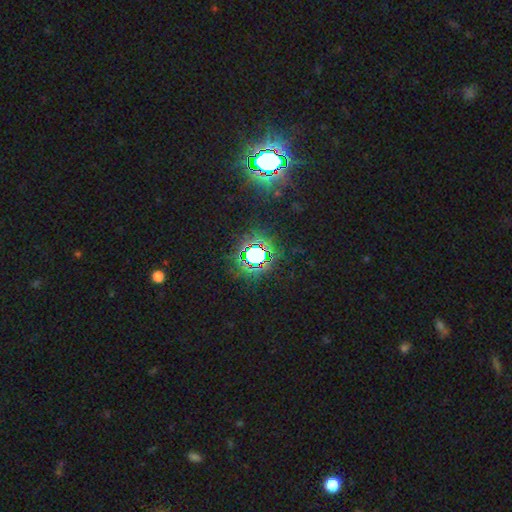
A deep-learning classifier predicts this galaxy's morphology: This is likely a star or artifact rather than a galaxy (75%).